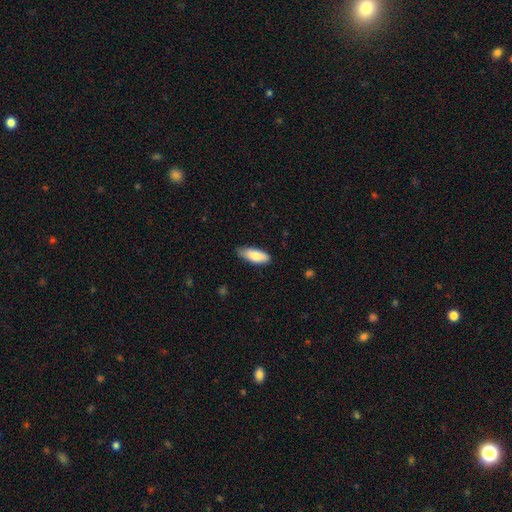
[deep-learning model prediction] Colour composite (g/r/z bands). It shows a smooth galaxy with no disk features (84%) that is in between round and cigar-shaped (76%). Merging: none (75%).